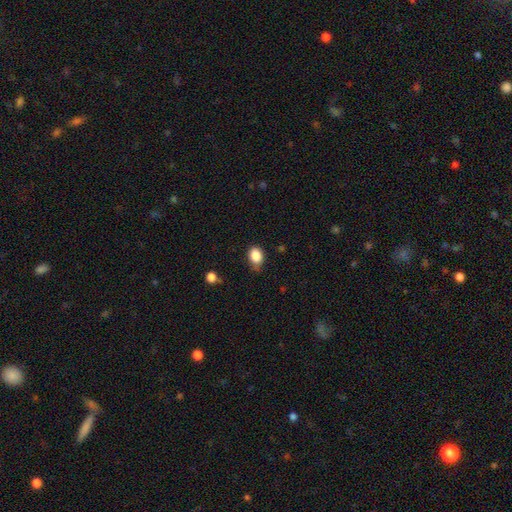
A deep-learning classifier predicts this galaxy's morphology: Overall: smooth (86%). How rounded: in between (71%). Merging: none (65%; minor disturbance 28%).